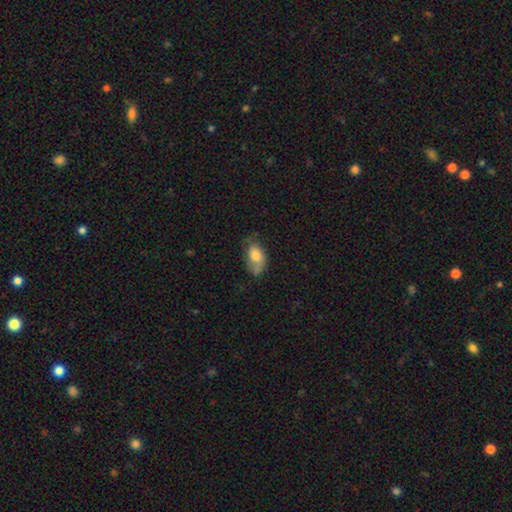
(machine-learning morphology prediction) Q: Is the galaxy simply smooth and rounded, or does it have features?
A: smooth — 62%.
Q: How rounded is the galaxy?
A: in between — 89%.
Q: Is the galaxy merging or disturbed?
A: none — 48%.